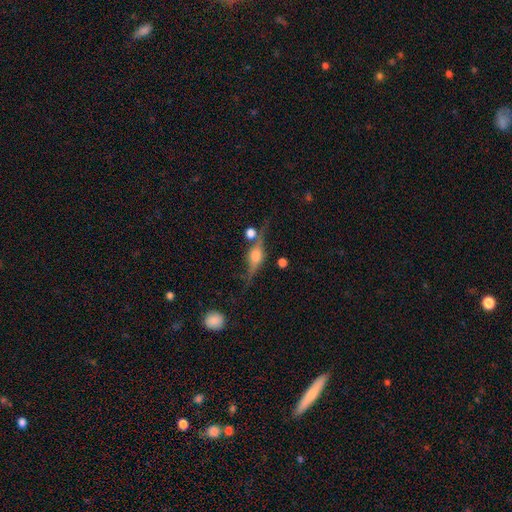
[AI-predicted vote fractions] This is likely a featured or disk galaxy (76%). It is clearly viewed edge-on (94%). Edge-on bulge: clearly rounded (91%). Merging: likely none (70%).